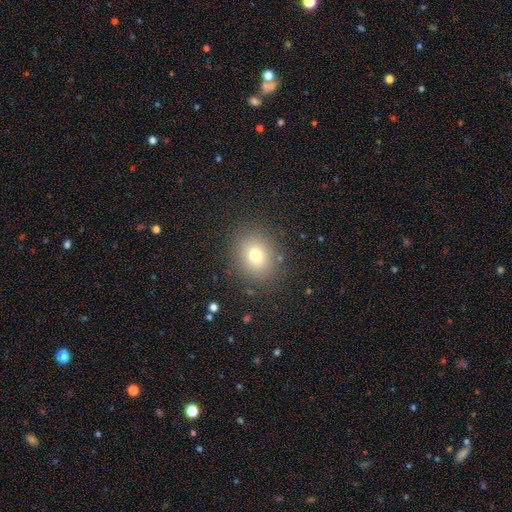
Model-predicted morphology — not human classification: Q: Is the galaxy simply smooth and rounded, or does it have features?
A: smooth — 75%.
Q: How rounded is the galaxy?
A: round — 61%.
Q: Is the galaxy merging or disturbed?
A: none — 86%.